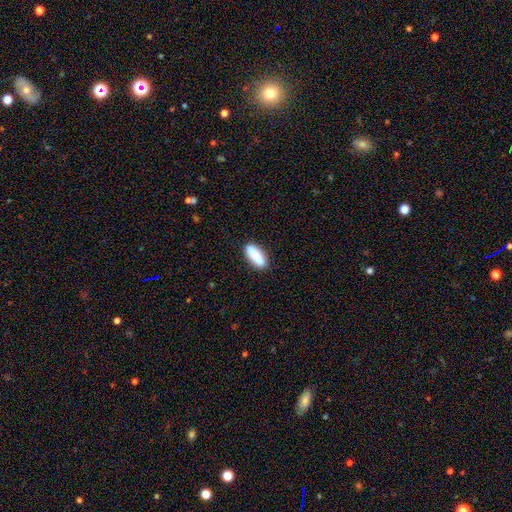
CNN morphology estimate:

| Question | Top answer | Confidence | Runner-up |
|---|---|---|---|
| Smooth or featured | smooth | 85% | featured or disk (8%) |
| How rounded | in between | 59% | cigar-shaped (39%) |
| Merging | none | 87% | minor disturbance (9%) |